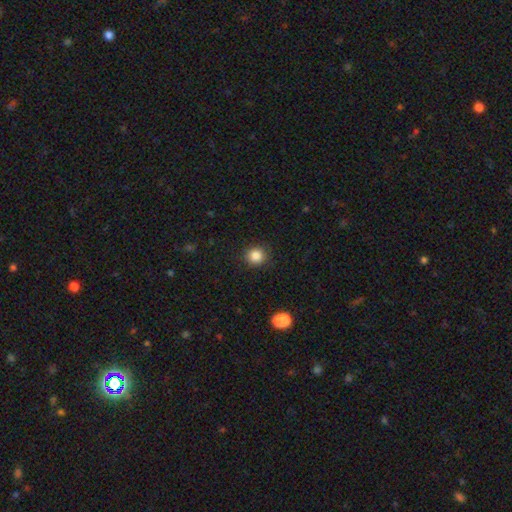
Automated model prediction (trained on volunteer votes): Smooth or featured?
  - smooth: 85% *
  - star or artifact: 11%
  - featured or disk: 4%
How rounded?
  - round: 92% *
  - in between: 7%
  - cigar-shaped: 1%
Merging?
  - none: 90% *
  - minor disturbance: 6%
  - major disturbance: 2%
  - merger: 1%